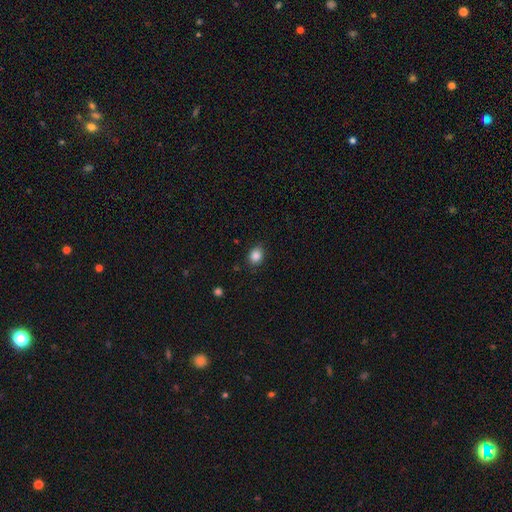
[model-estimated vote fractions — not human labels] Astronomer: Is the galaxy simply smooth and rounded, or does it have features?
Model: smooth — 86%.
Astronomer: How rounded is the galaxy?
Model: in between — 51% (runner-up: round, 48%).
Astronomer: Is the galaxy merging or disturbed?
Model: none — 85%.